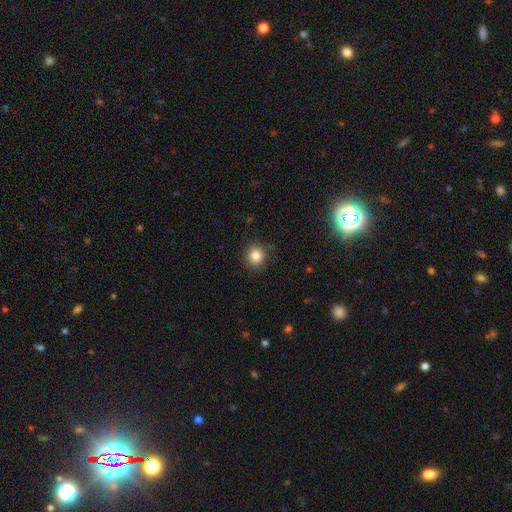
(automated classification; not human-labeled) smooth-or-featured: smooth: 84% | star or artifact: 11% | featured or disk: 5%
  how-rounded: round: 85% | in between: 14% | cigar-shaped: 1%
  merging: none: 87% | minor disturbance: 9% | major disturbance: 3% | merger: 1%